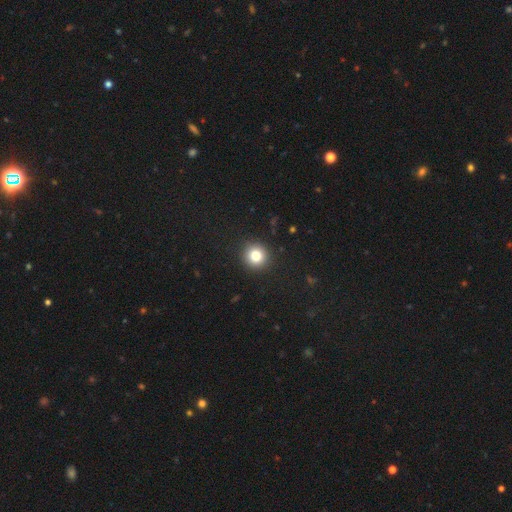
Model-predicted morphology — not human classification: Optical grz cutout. It shows a smooth galaxy with no disk features (81%) that is round (94%). Merging: none (92%).